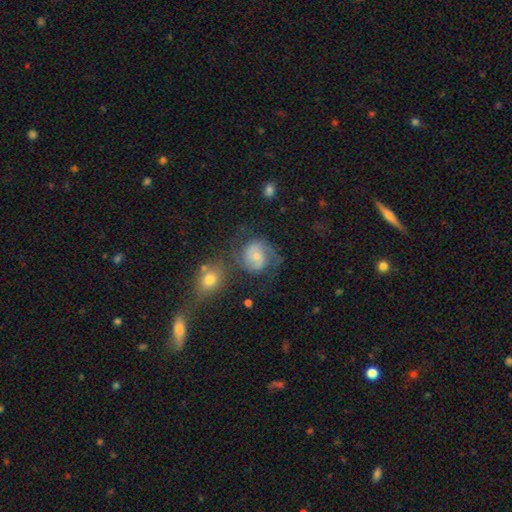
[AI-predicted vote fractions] Smooth or featured: featured or disk — 58% (smooth — 32%)
Edge-on disk: no — 98% (yes — 2%)
Bar: no — 65% (weak — 29%)
Spiral arms: yes — 86% (no — 14%)
Bulge size: small — 60% (moderate — 30%)
Merging: none — 48% (minor disturbance — 20%)